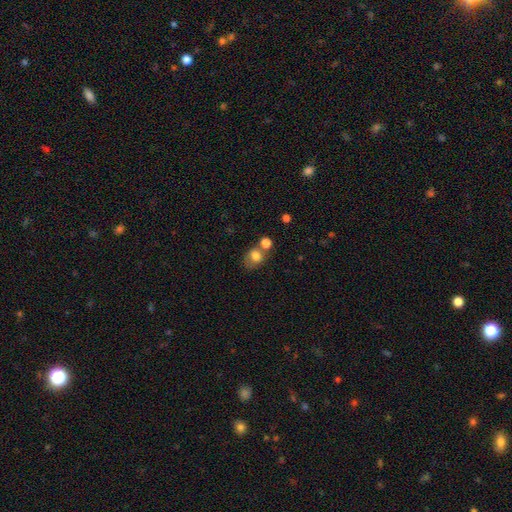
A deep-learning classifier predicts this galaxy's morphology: Smooth or featured: smooth — 76% (featured or disk — 13%)
How rounded: round — 51% (in between — 48%)
Merging: none — 39% (merger — 34%)